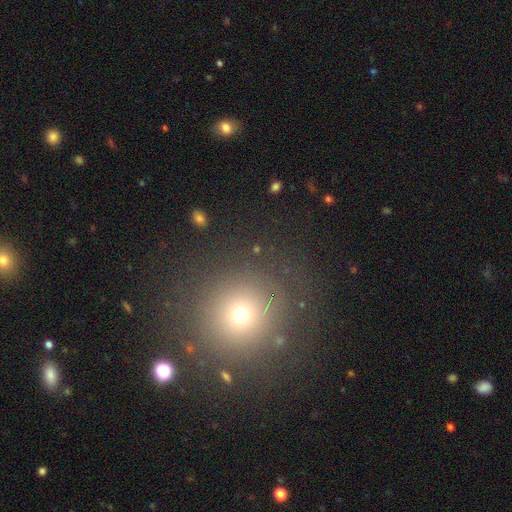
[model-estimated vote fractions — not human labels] Overall: smooth (65%; star or artifact 26%). How rounded: round (93%). Merging: none (87%).